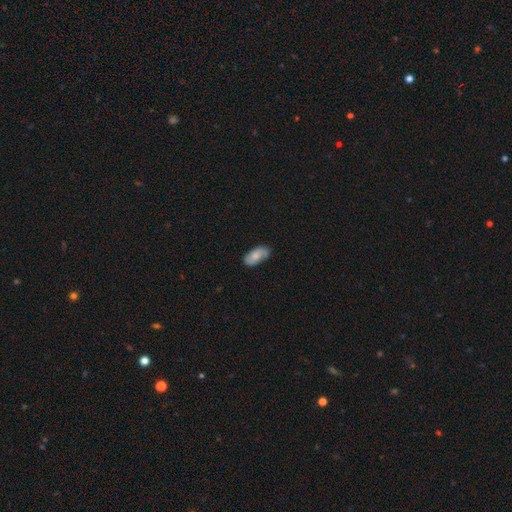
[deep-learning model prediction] A smooth galaxy with no disk features (65%) that is in between round and cigar-shaped (93%).

Vote fractions:
- Smooth or featured? smooth: 65% / featured or disk: 29% / star or artifact: 7%
- How rounded? in between: 93% / cigar-shaped: 4% / round: 3%
- Merging? none: 76% / minor disturbance: 19% / major disturbance: 4% / merger: 1%